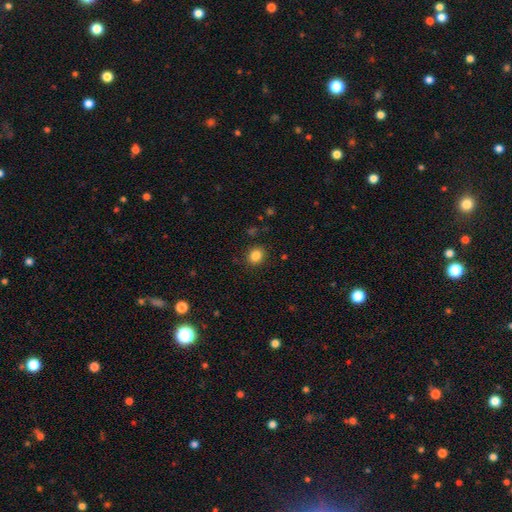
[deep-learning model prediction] Smooth or featured: smooth — 84% (star or artifact — 11%)
How rounded: round — 70% (in between — 29%)
Merging: none — 88% (minor disturbance — 8%)